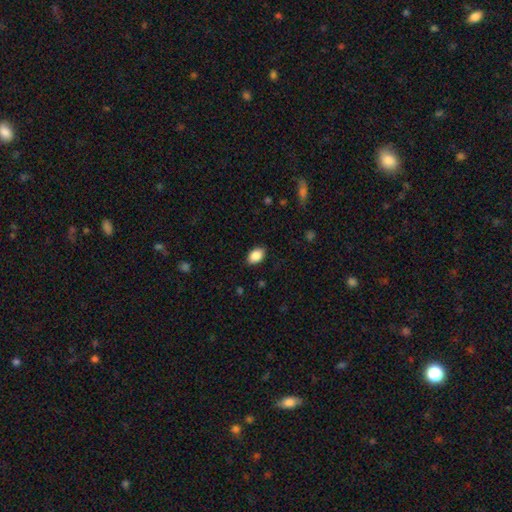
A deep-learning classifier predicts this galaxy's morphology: Q: Smooth or featured?
A: smooth (88%); runner-up: star or artifact (7%)
Q: How rounded?
A: in between (86%); runner-up: round (12%)
Q: Merging?
A: none (87%); runner-up: minor disturbance (10%)